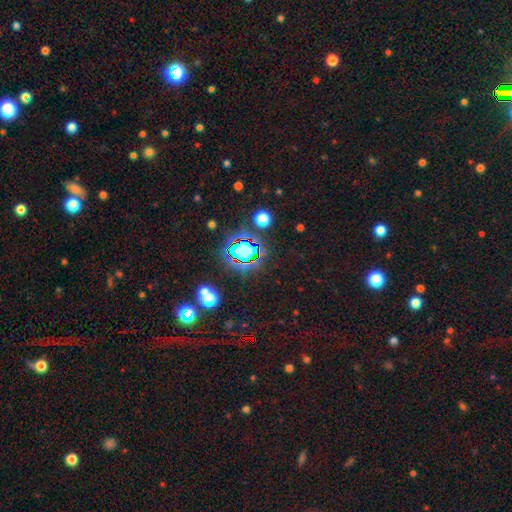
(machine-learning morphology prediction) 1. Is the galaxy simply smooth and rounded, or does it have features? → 68% star or artifact, 20% smooth, 11% featured or disk.